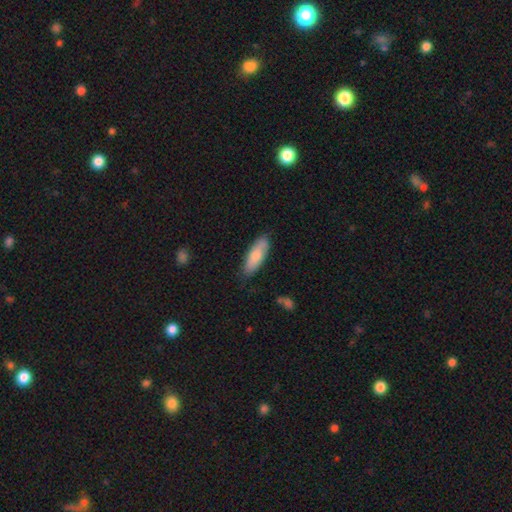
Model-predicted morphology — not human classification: type=smooth (79%); roundness=in between (62%); merging=none (77%).